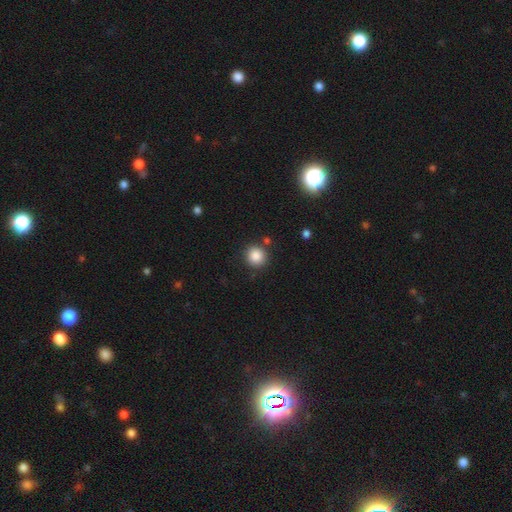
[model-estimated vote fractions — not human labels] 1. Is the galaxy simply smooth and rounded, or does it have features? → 87% smooth, 10% star or artifact, 4% featured or disk.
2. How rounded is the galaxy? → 92% round, 7% in between, 1% cigar-shaped.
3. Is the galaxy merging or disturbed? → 85% none, 8% minor disturbance, 4% merger, 3% major disturbance.